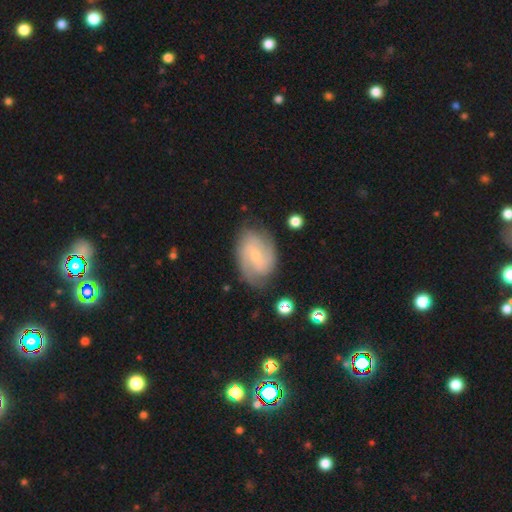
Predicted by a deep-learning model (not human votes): Smooth or featured: featured or disk — 76% (smooth — 18%)
Edge-on disk: no — 97% (yes — 3%)
Bar: weak — 49% (no — 41%)
Spiral arms: yes — 93% (no — 7%)
Spiral winding: tight — 45% (medium — 41%)
Spiral arm count: 2 — 48% (can't tell — 25%)
Bulge size: small — 69% (moderate — 26%)
Merging: none — 74% (minor disturbance — 18%)